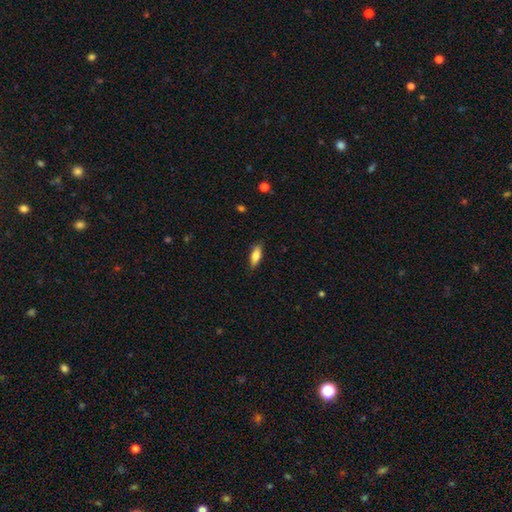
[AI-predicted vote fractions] smooth-or-featured: smooth: 80% | featured or disk: 13% | star or artifact: 7%
  how-rounded: in between: 65% | cigar-shaped: 33% | round: 2%
  merging: none: 84% | minor disturbance: 12% | major disturbance: 2% | merger: 1%